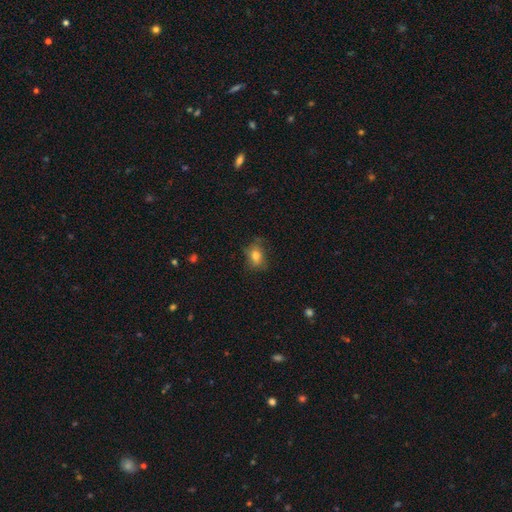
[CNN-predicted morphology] smooth 74%, featured or disk 15%, star or artifact 11%. Down the decision tree: how rounded — in between (68%); merging — none (63%).